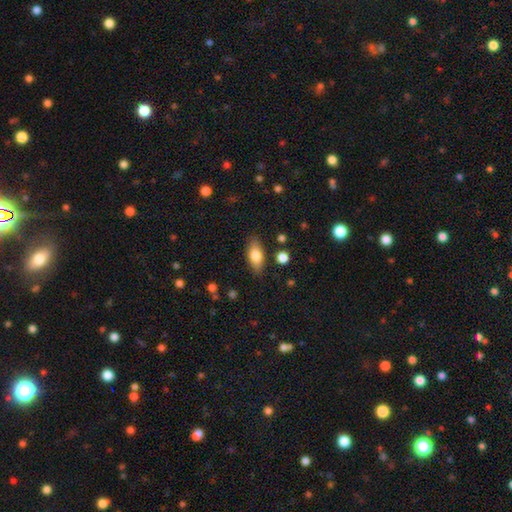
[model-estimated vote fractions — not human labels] Smooth or featured?
  - smooth: 77% *
  - featured or disk: 16%
  - star or artifact: 7%
How rounded?
  - in between: 84% *
  - cigar-shaped: 13%
  - round: 4%
Merging?
  - none: 84% *
  - minor disturbance: 11%
  - major disturbance: 3%
  - merger: 2%